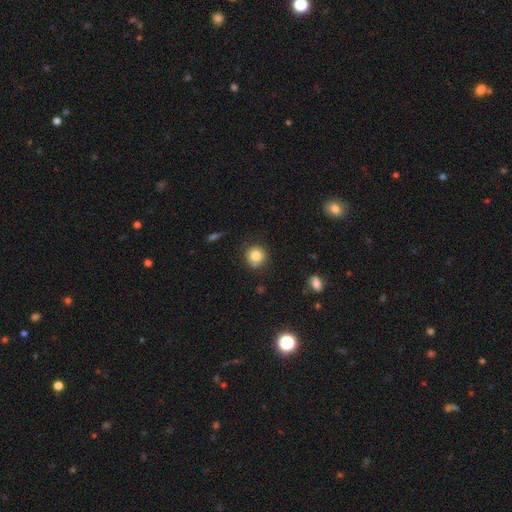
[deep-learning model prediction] A smooth galaxy with no disk features (81%) that is round (91%).

Vote fractions:
- Smooth or featured? smooth: 81% / star or artifact: 11% / featured or disk: 8%
- How rounded? round: 91% / in between: 8% / cigar-shaped: 1%
- Merging? none: 80% / minor disturbance: 13% / merger: 3% / major disturbance: 3%